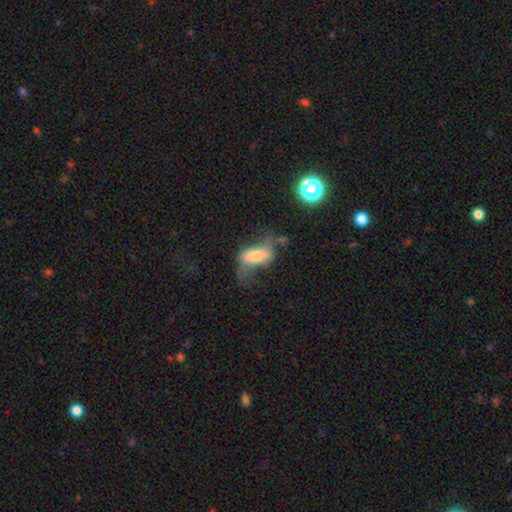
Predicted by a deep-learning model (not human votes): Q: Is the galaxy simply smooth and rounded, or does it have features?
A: smooth — 48%.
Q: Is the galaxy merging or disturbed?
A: major disturbance — 35%.